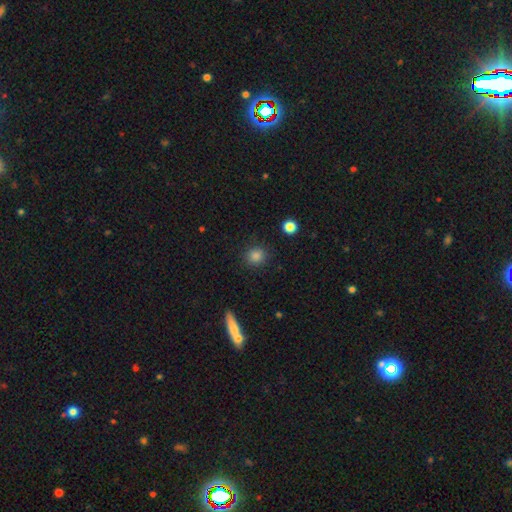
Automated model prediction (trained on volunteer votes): Q: Smooth or featured?
A: smooth (85%); runner-up: star or artifact (11%)
Q: How rounded?
A: round (84%); runner-up: in between (15%)
Q: Merging?
A: none (89%); runner-up: minor disturbance (7%)